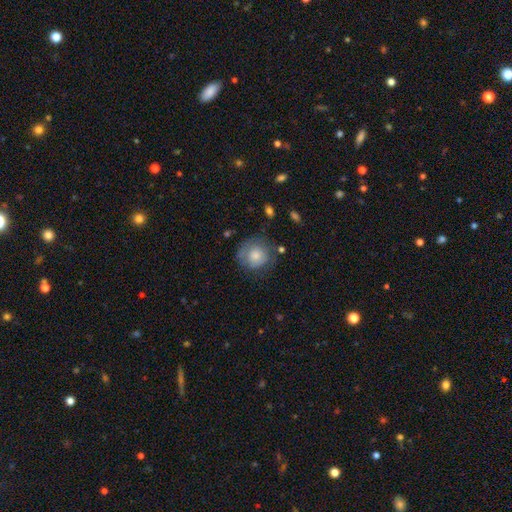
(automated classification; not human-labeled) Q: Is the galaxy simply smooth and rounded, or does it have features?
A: smooth — 71%.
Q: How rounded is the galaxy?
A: round — 88%.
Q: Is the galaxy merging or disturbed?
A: none — 66%.